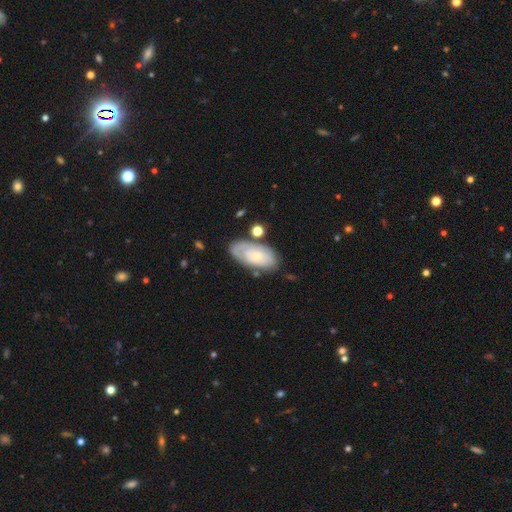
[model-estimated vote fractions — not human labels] Smooth or featured? Predicted: smooth (p=0.47, tied with featured or disk). Merging? Predicted: none (p=0.66).